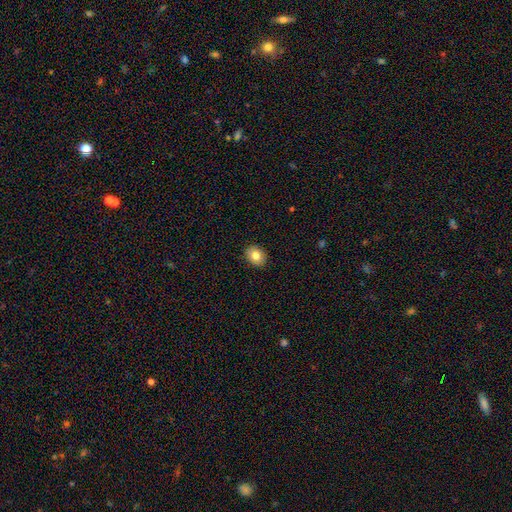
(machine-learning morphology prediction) A smooth galaxy with no disk features (80%) that is in between round and cigar-shaped (54%).

Vote fractions:
- Smooth or featured? smooth: 80% / featured or disk: 11% / star or artifact: 9%
- How rounded? in between: 54% / round: 45% / cigar-shaped: 1%
- Merging? none: 91% / minor disturbance: 7% / major disturbance: 2% / merger: 1%